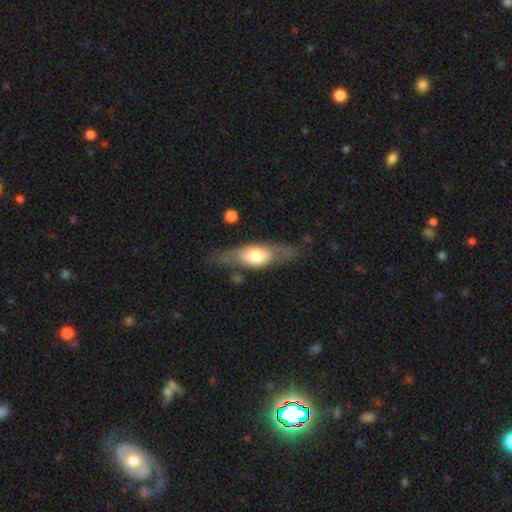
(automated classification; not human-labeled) A featured or disk galaxy (49%). Merging: none (66%).